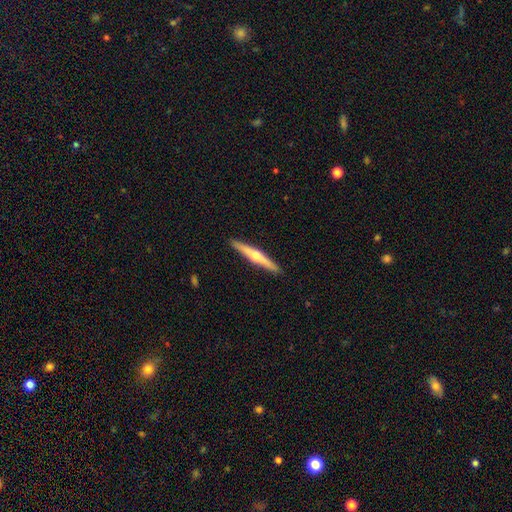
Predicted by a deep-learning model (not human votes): Smooth or featured: featured or disk — 65% (smooth — 30%)
Edge-on disk: yes — 97% (no — 3%)
Edge-on bulge: rounded — 91% (none — 6%)
Merging: none — 92% (minor disturbance — 6%)